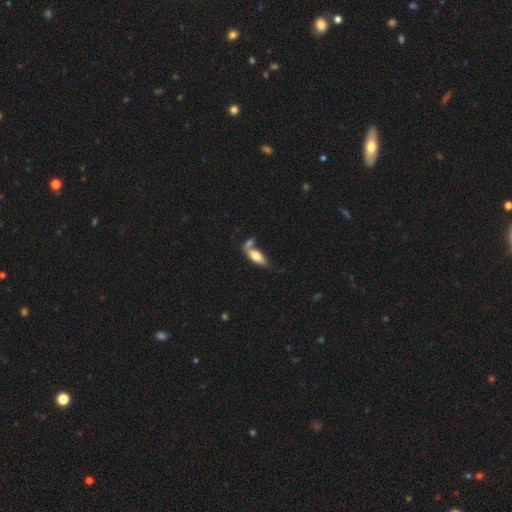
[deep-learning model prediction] smooth-or-featured: smooth: 67% | featured or disk: 26% | star or artifact: 6%
  how-rounded: in between: 71% | cigar-shaped: 27% | round: 3%
  merging: none: 43% | merger: 33% | minor disturbance: 17% | major disturbance: 7%